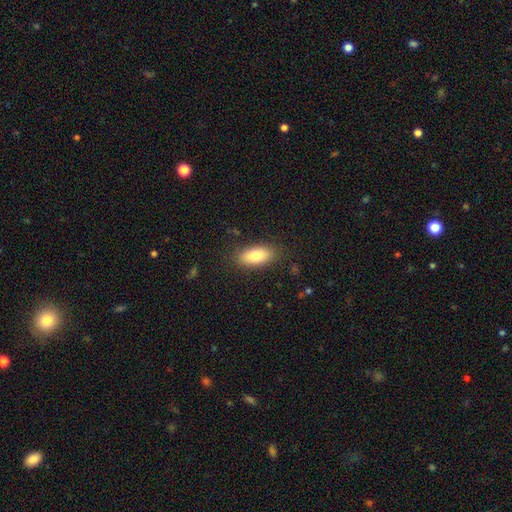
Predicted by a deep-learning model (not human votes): Smooth or featured? Predicted: smooth (p=0.81). How rounded? Predicted: in between (p=0.88). Merging? Predicted: none (p=0.85).